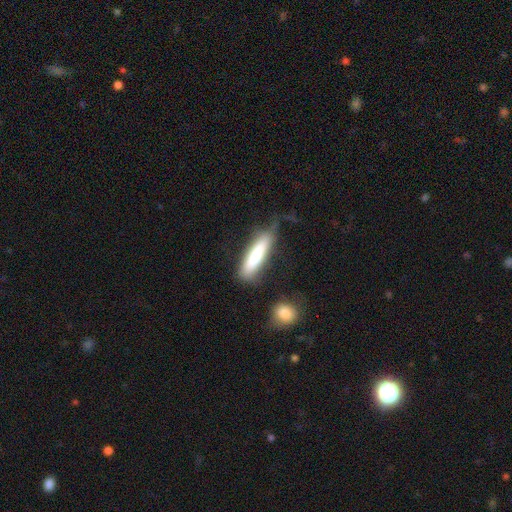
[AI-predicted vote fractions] This is likely a smooth galaxy (78%). How rounded: likely cigar-shaped (76%). Merging: likely none (65%).